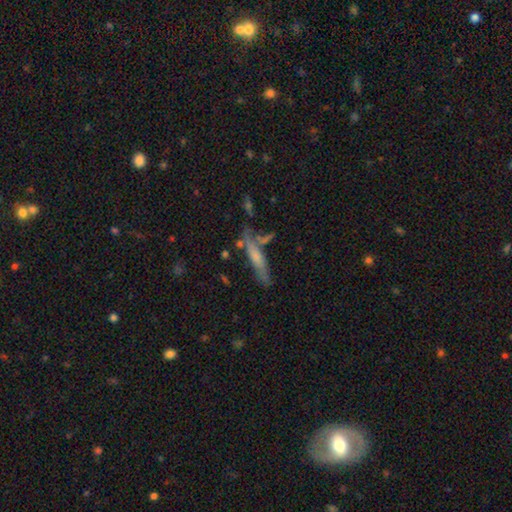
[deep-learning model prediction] Smooth or featured? smooth (51%)
How rounded? cigar-shaped (85%)
Merging? none (59%)